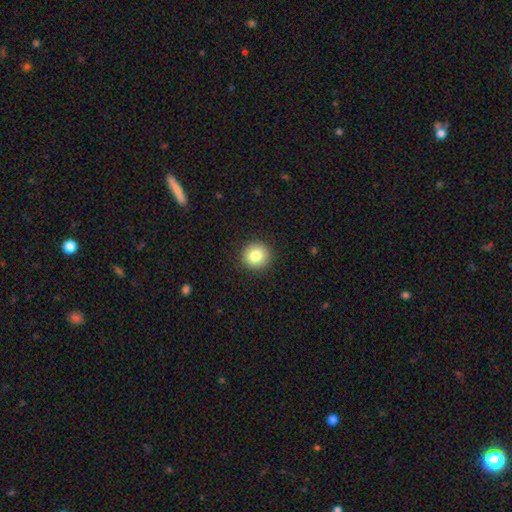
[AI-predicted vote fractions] Smooth or featured?
  - smooth: 82% *
  - star or artifact: 10%
  - featured or disk: 8%
How rounded?
  - round: 93% *
  - in between: 6%
  - cigar-shaped: 1%
Merging?
  - none: 92% *
  - minor disturbance: 5%
  - major disturbance: 2%
  - merger: 1%